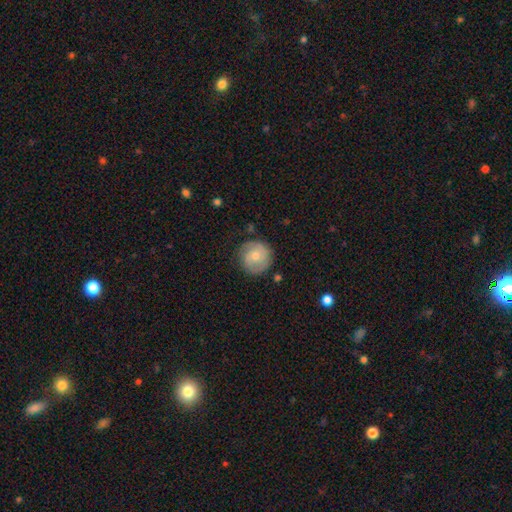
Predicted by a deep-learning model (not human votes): smooth_or_featured: smooth (p=0.47) [alt: featured or disk p=0.46]
merging: none (p=0.79) [alt: minor disturbance p=0.15]